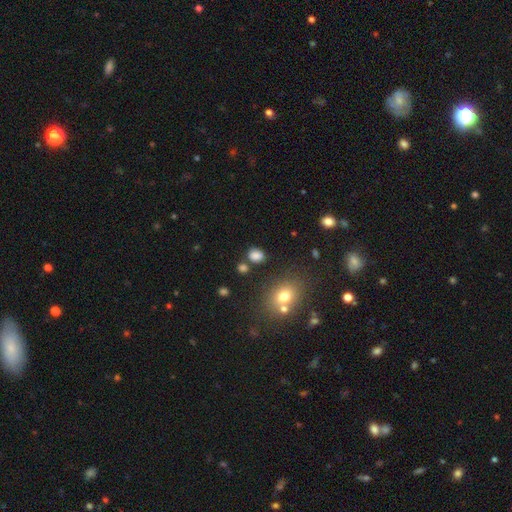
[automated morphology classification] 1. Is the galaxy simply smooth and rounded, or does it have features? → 80% smooth, 14% star or artifact, 6% featured or disk.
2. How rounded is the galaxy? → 55% in between, 44% round, 1% cigar-shaped.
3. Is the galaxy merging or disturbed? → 71% none, 14% minor disturbance, 9% merger, 5% major disturbance.